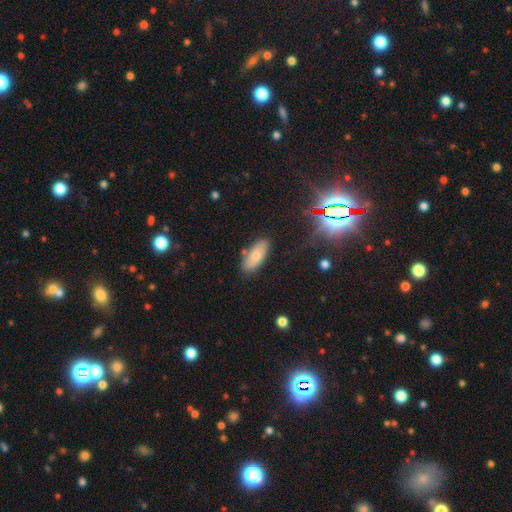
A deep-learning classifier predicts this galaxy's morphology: A smooth galaxy with no disk features (77%) that is in between round and cigar-shaped (81%). Merging: none (79%).